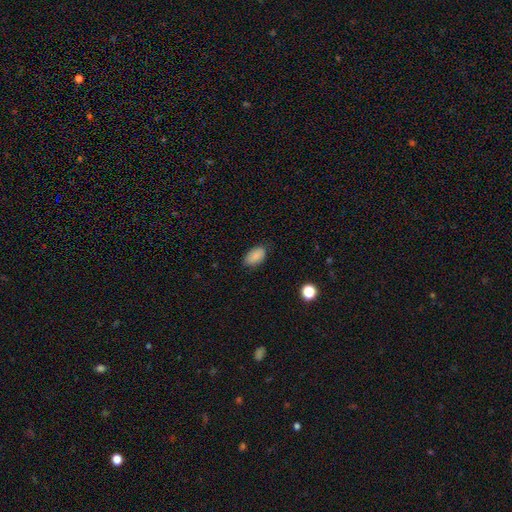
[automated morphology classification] The model was most divided on "merging": none: 81%, minor disturbance: 15%, major disturbance: 3%, merger: 1%. More confident: how rounded — in between (93%); smooth or featured — smooth (87%).